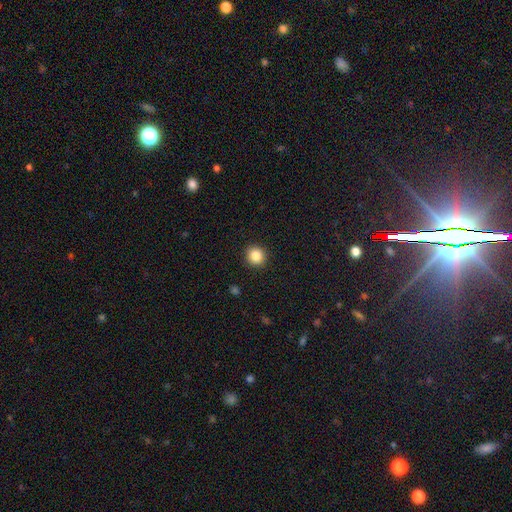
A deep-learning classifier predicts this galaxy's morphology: This is clearly a smooth galaxy (86%). How rounded: clearly round (92%). Merging: clearly none (92%).